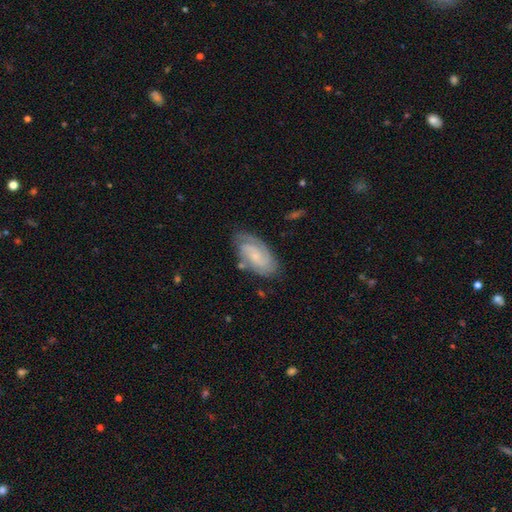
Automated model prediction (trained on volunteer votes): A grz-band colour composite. It shows a featured or disk galaxy (78%) with no bar (54%), 2 (61%) tight (54%) spiral arms (96%) and a small central bulge (63%). Merging: none (74%).